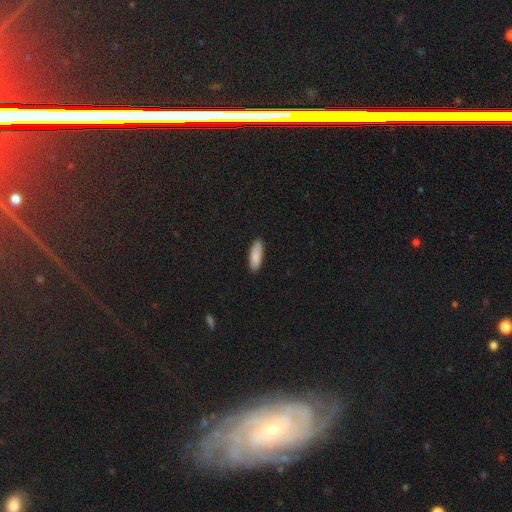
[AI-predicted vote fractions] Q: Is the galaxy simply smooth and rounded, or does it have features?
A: smooth — 87%.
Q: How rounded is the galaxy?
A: in between — 65%.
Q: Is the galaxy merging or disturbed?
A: none — 89%.